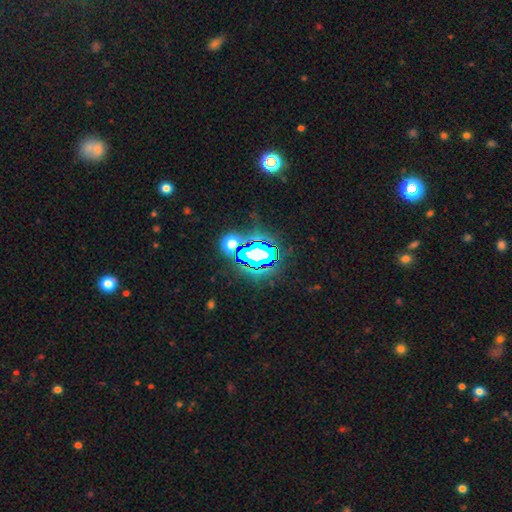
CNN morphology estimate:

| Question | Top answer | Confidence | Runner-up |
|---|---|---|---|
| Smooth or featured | star or artifact | 72% | smooth (15%) |